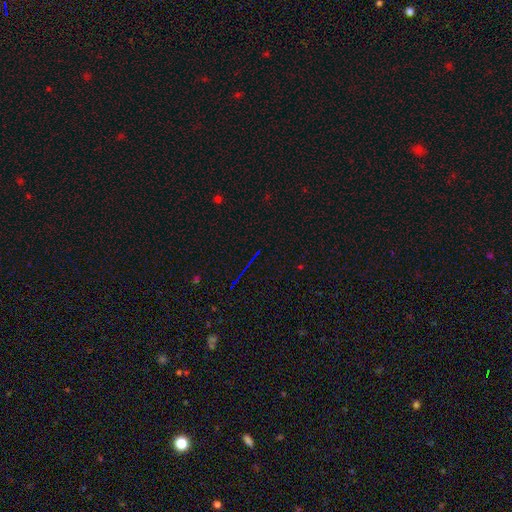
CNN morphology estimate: type=star or artifact (76%).